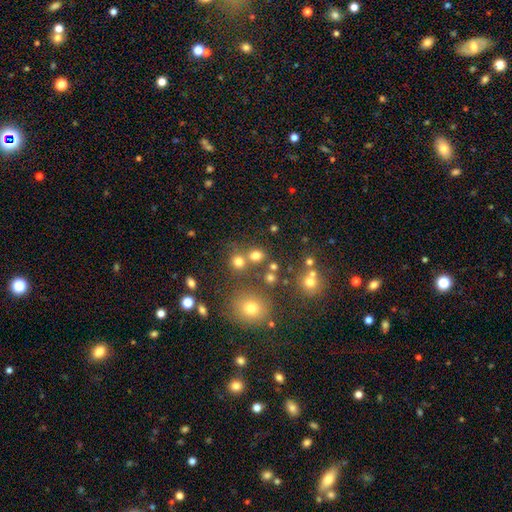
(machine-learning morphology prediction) Smooth or featured? smooth (74%)
How rounded? round (81%)
Merging? none (67%)